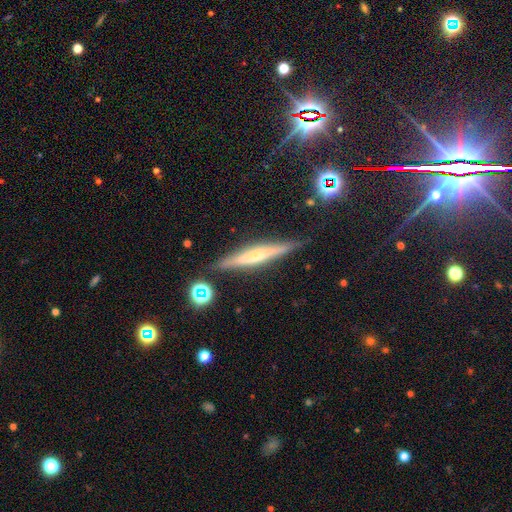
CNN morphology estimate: Smooth or featured? featured or disk (65%)
Edge-on disk? yes (96%)
Edge-on bulge? rounded (57%)
Merging? none (84%)